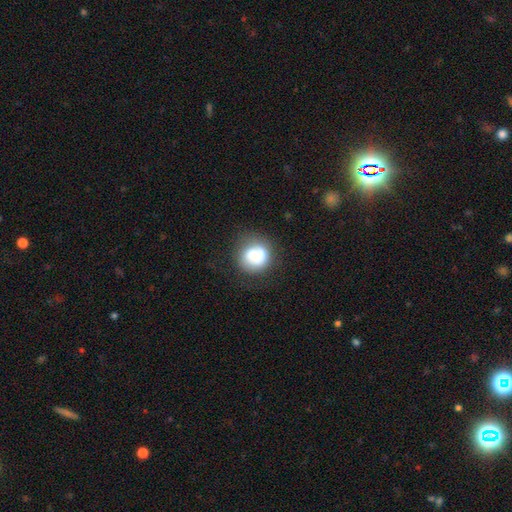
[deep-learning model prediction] The model was most divided on "smooth or featured": smooth: 68%, featured or disk: 23%, star or artifact: 9%. More confident: how rounded — round (89%); merging — none (70%).